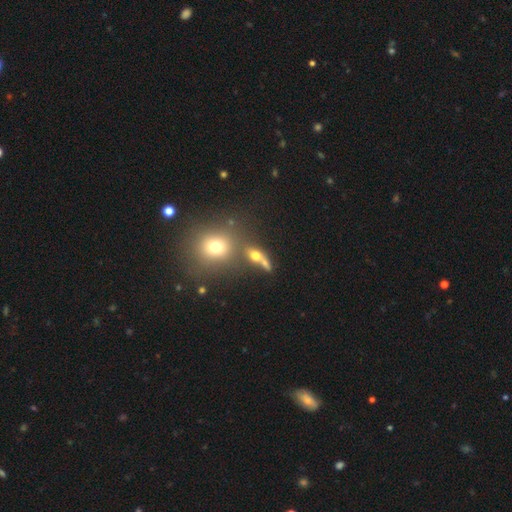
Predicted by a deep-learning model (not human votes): Smooth or featured? Predicted: smooth (p=0.58). How rounded? Predicted: in between (p=0.44). Merging? Predicted: none (p=0.48).